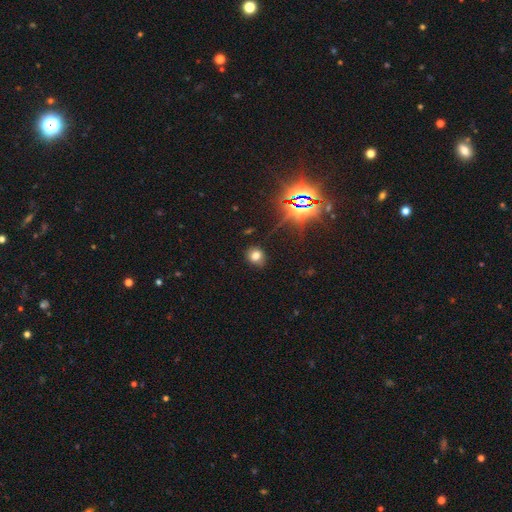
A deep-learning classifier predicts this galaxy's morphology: type=smooth (70%); roundness=round (71%); merging=none (81%).